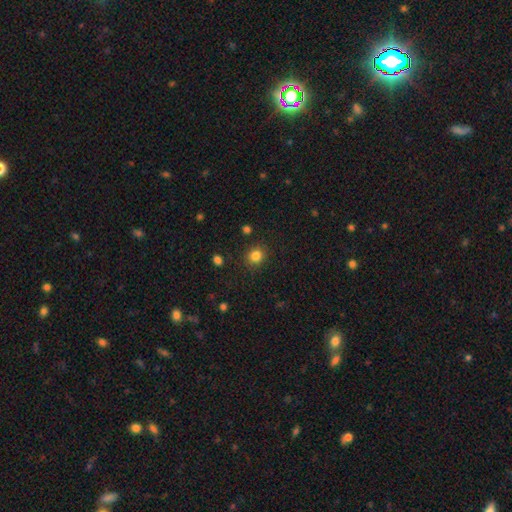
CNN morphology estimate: smooth-or-featured: smooth: 83% | star or artifact: 12% | featured or disk: 5%
  how-rounded: round: 82% | in between: 18% | cigar-shaped: 1%
  merging: none: 88% | minor disturbance: 8% | major disturbance: 3% | merger: 2%